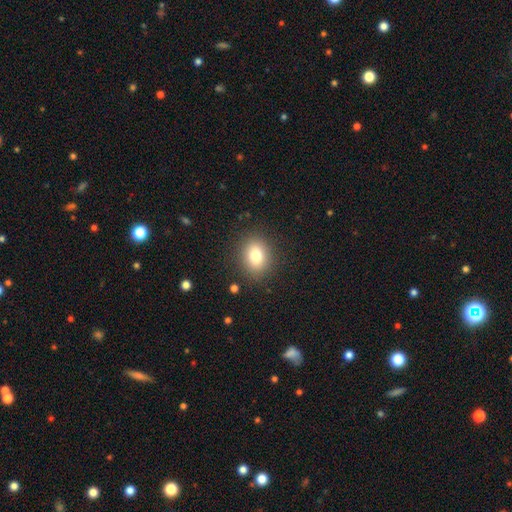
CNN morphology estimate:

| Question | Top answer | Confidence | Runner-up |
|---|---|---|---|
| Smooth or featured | smooth | 79% | star or artifact (11%) |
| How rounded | round | 52% | in between (47%) |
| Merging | none | 87% | minor disturbance (8%) |